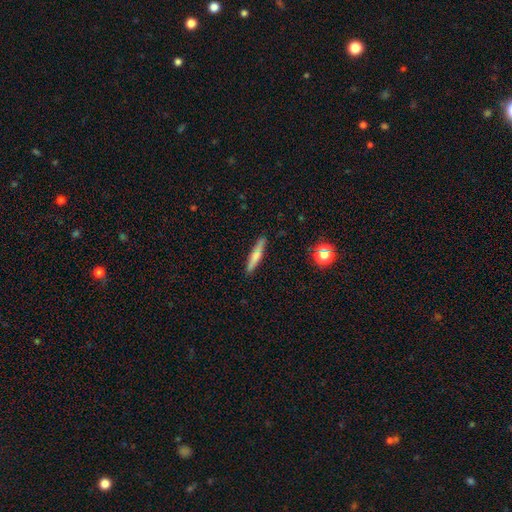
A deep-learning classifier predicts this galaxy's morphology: Smooth or featured? Predicted: smooth (p=0.63). How rounded? Predicted: cigar-shaped (p=0.90). Merging? Predicted: none (p=0.85).